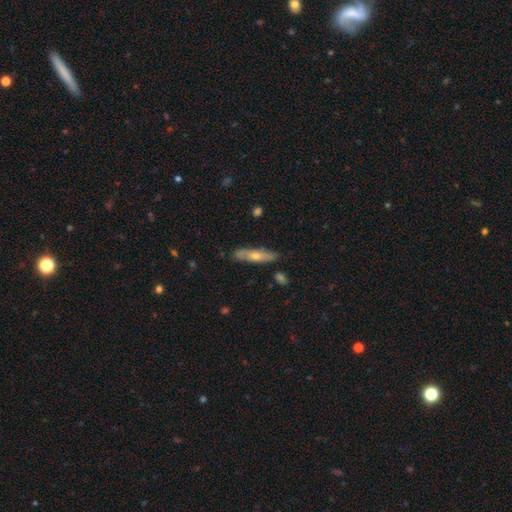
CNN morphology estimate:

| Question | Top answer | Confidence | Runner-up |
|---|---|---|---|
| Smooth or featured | featured or disk | 51% | smooth (42%) |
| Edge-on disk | yes | 69% | no (31%) |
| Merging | none | 83% | minor disturbance (13%) |